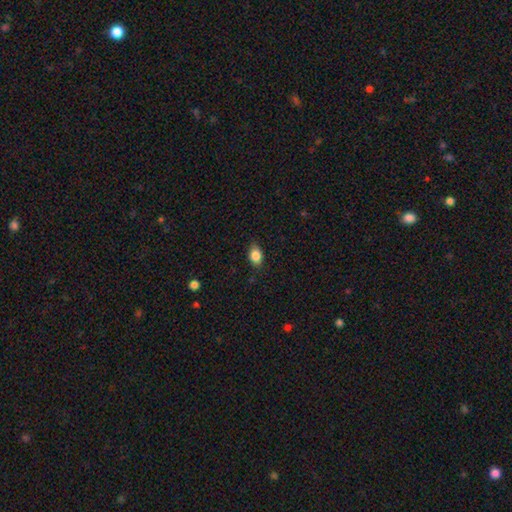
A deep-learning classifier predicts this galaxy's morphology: Smooth or featured? smooth (85%)
How rounded? in between (77%)
Merging? none (81%)